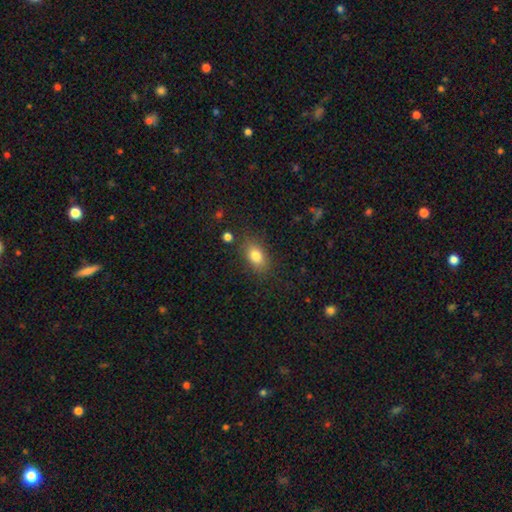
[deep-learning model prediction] smooth 82%, featured or disk 9%, star or artifact 9%. Down the decision tree: how rounded — in between (84%); merging — none (82%).